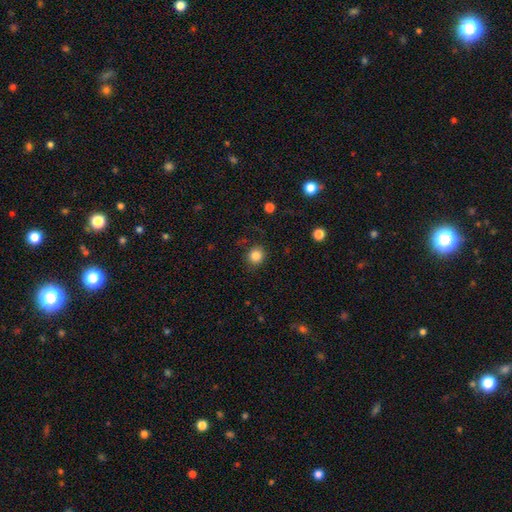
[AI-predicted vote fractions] Q: Smooth or featured?
A: smooth (84%); runner-up: star or artifact (11%)
Q: How rounded?
A: round (88%); runner-up: in between (11%)
Q: Merging?
A: none (85%); runner-up: minor disturbance (10%)